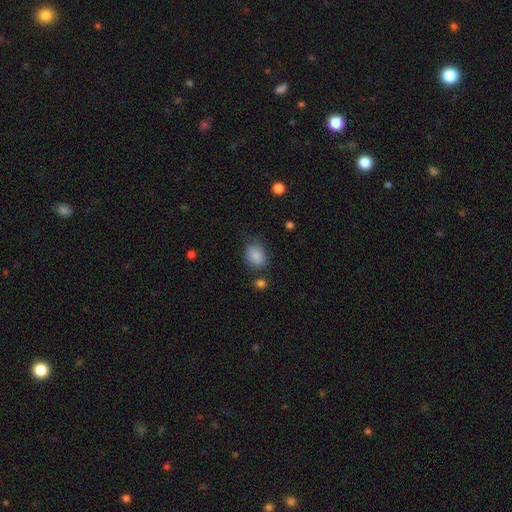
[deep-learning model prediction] A smooth galaxy with no disk features (87%) that is in between round and cigar-shaped (66%).

Vote fractions:
- Smooth or featured? smooth: 87% / star or artifact: 8% / featured or disk: 5%
- How rounded? in between: 66% / round: 33% / cigar-shaped: 1%
- Merging? none: 68% / minor disturbance: 21% / major disturbance: 6% / merger: 4%